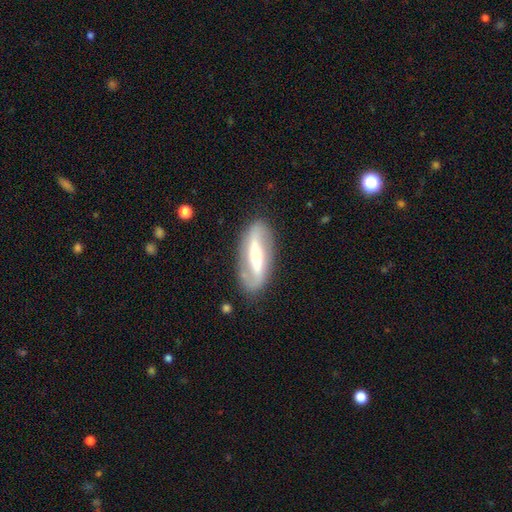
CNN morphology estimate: Smooth or featured? Predicted: featured or disk (p=0.74). Edge-on disk? Predicted: no (p=0.85). Bar? Predicted: strong (p=0.64). Spiral arms? Predicted: yes (p=0.82). Spiral winding? Predicted: loose (p=0.45). Spiral arm count? Predicted: 2 (p=0.87). Bulge size? Predicted: moderate (p=0.47). Merging? Predicted: none (p=0.82).